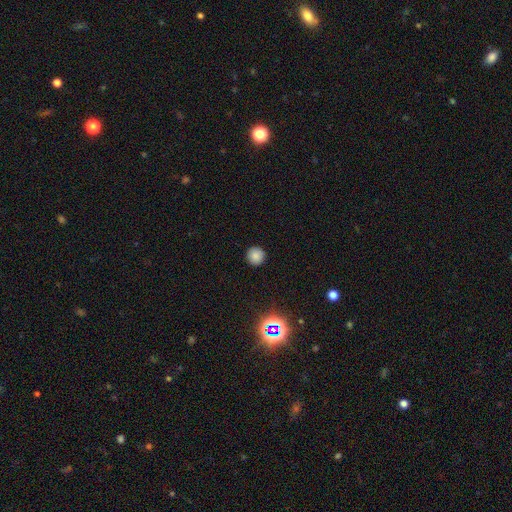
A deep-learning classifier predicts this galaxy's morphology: Q: Smooth or featured?
A: smooth (83%); runner-up: star or artifact (13%)
Q: How rounded?
A: round (96%); runner-up: in between (3%)
Q: Merging?
A: none (92%); runner-up: minor disturbance (5%)